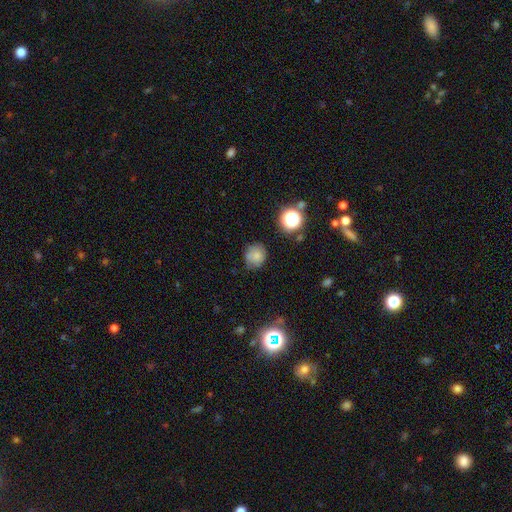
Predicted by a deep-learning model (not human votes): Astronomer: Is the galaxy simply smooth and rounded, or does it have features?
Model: smooth — 72%.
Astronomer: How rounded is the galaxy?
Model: round — 82%.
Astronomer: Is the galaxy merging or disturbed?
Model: none — 66%.